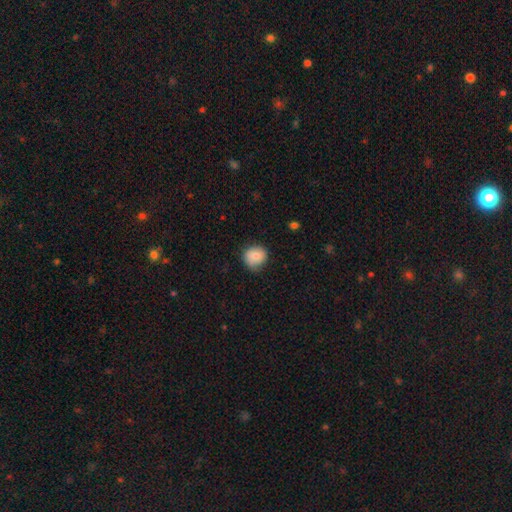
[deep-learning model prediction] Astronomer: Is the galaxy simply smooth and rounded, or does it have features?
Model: smooth — 78%.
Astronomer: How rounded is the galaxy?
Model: round — 85%.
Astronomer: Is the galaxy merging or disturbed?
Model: none — 76%.